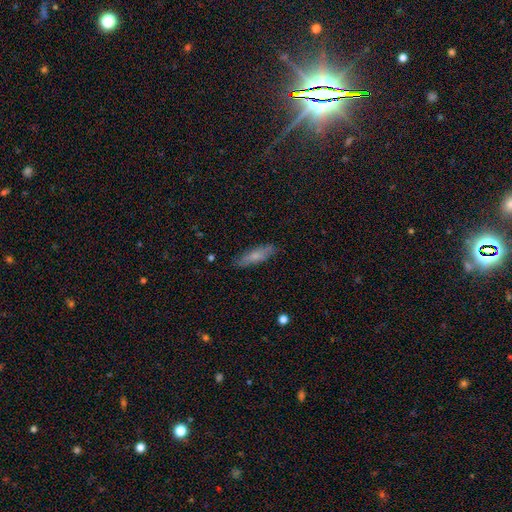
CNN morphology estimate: This appears to be a smooth galaxy with no disk features (69%) that is cigar-shaped (66%). Merging: none (84%).